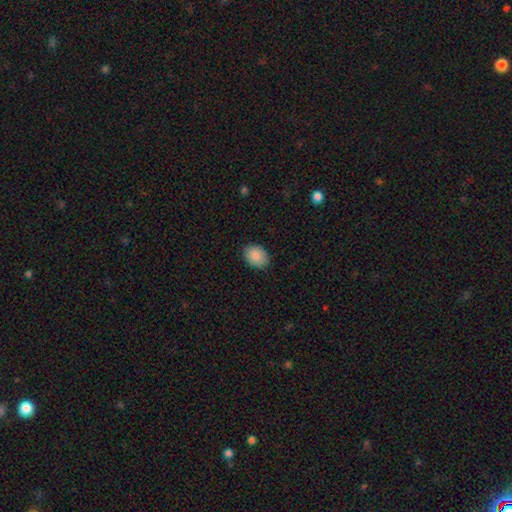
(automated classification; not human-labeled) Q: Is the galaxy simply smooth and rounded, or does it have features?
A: smooth — 89%.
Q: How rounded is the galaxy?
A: in between — 68%.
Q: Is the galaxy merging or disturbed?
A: none — 86%.